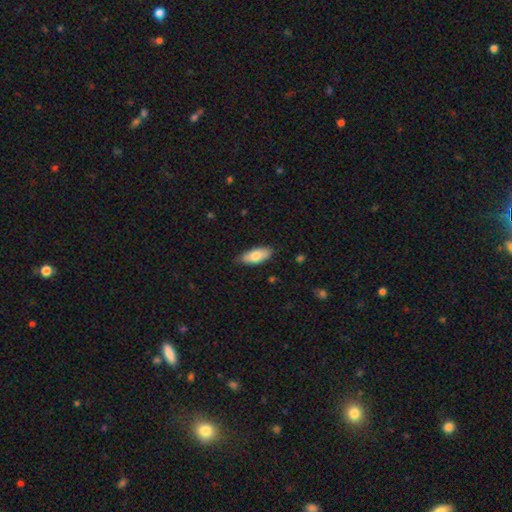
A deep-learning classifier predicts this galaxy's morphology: smooth-or-featured: smooth: 76% | featured or disk: 18% | star or artifact: 6%
  how-rounded: in between: 87% | cigar-shaped: 11% | round: 2%
  merging: none: 79% | minor disturbance: 17% | major disturbance: 2% | merger: 1%